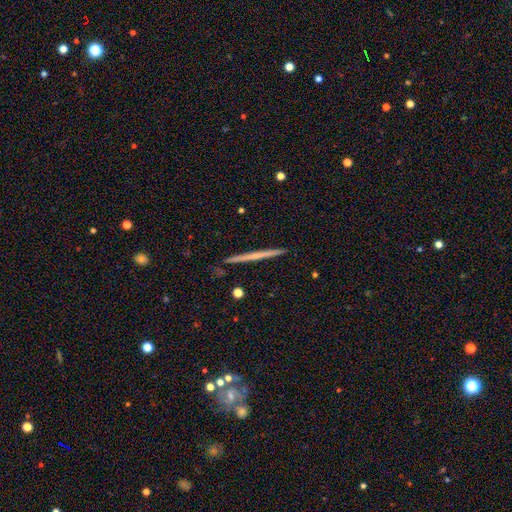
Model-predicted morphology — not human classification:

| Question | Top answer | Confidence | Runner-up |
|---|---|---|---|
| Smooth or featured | featured or disk | 54% | smooth (39%) |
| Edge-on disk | yes | 98% | no (2%) |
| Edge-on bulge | none | 84% | rounded (13%) |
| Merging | none | 92% | minor disturbance (5%) |